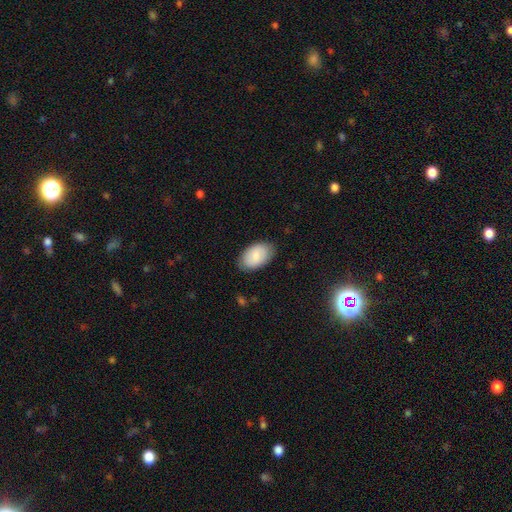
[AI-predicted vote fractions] This appears to be a smooth galaxy with no disk features (80%) that is in between round and cigar-shaped (94%). Merging: none (83%).